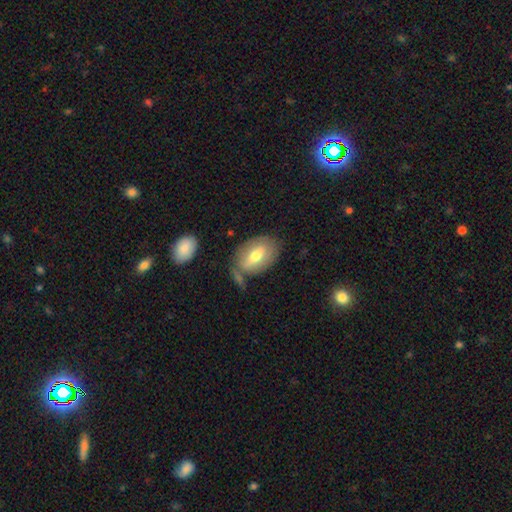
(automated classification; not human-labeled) The model was most divided on "smooth or featured": smooth: 61%, featured or disk: 33%, star or artifact: 6%. More confident: how rounded — in between (88%); merging — none (60%).